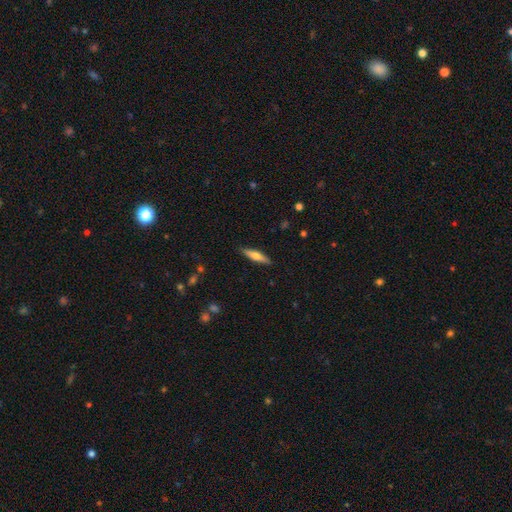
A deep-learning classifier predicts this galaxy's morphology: Overall: smooth (58%; featured or disk 36%). How rounded: cigar-shaped (77%). Merging: none (88%).